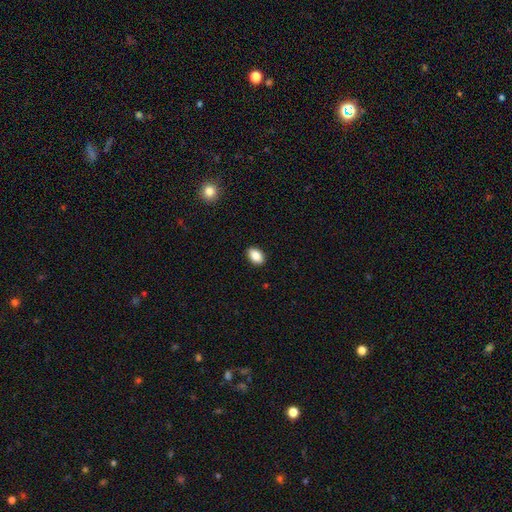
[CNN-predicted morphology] type=smooth (87%); roundness=in between (87%); merging=none (90%).